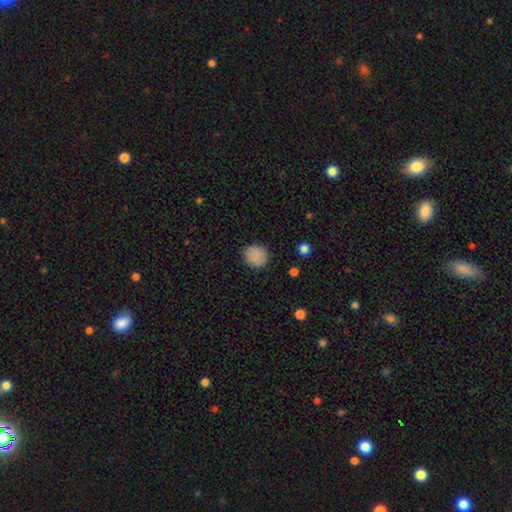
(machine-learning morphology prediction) This is clearly a smooth galaxy (86%). How rounded: clearly round (83%). Merging: clearly none (86%).